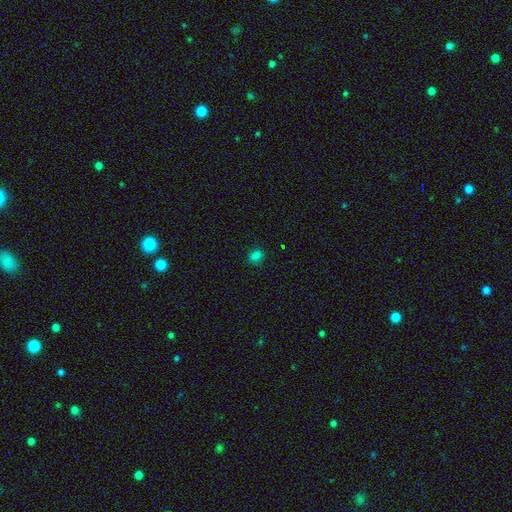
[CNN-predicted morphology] A smooth galaxy with no disk features (80%) that is round (55%). Merging: none (86%).